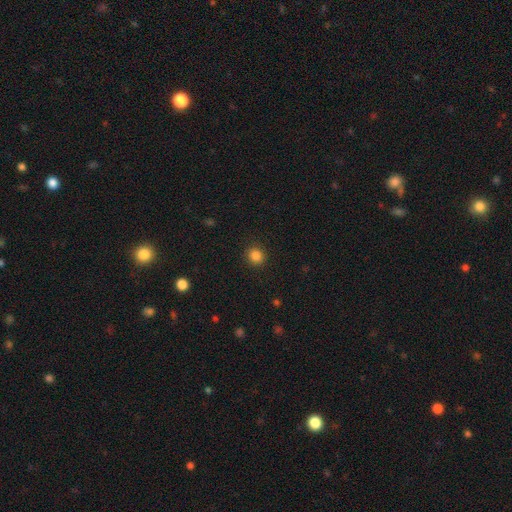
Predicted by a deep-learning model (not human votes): Overall: smooth (85%). How rounded: round (87%). Merging: none (91%).